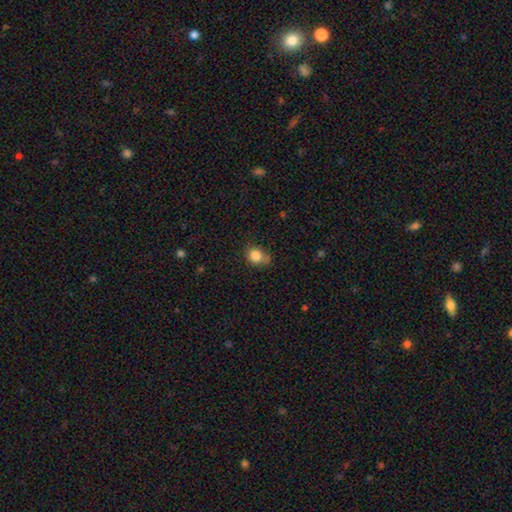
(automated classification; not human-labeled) Smooth or featured? Predicted: smooth (p=0.84). How rounded? Predicted: round (p=0.64). Merging? Predicted: none (p=0.55).